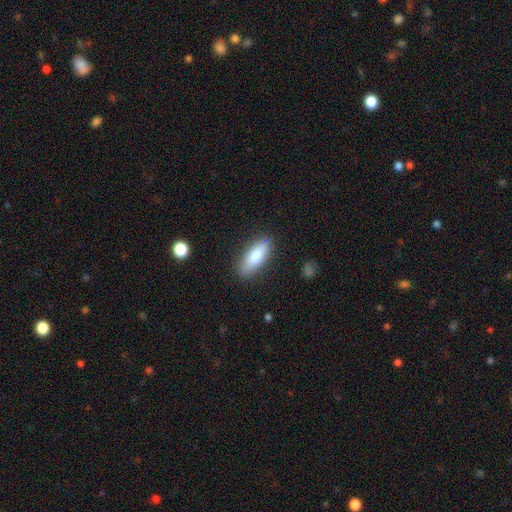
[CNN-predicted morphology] smooth 78%, featured or disk 16%, star or artifact 6%. Down the decision tree: how rounded — in between (64%); merging — none (86%).